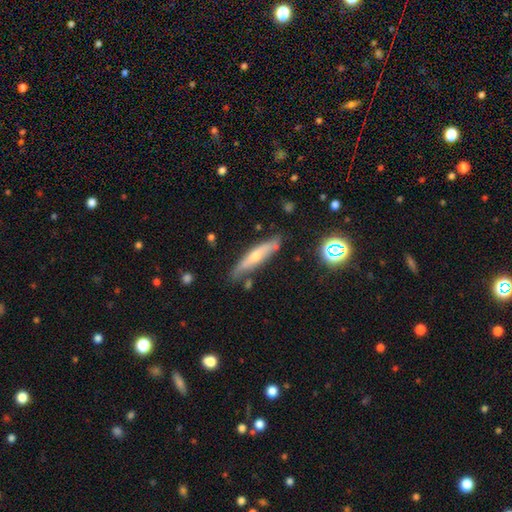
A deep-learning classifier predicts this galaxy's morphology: smooth_or_featured: featured or disk (p=0.51) [alt: smooth p=0.41]
disk_edge_on: yes (p=0.82) [alt: no p=0.18]
merging: none (p=0.76) [alt: minor disturbance p=0.17]